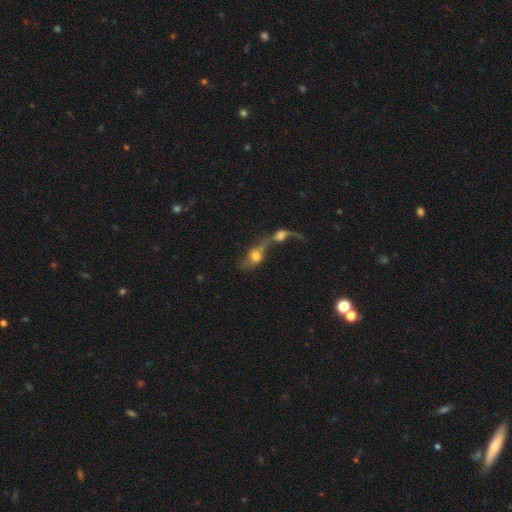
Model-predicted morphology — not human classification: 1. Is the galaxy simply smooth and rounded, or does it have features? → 49% smooth, 38% featured or disk, 12% star or artifact.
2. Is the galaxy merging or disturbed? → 79% merger, 9% major disturbance, 8% none, 4% minor disturbance.